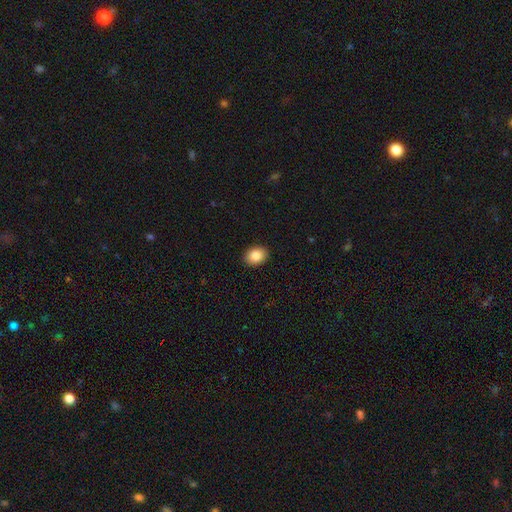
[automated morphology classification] type=smooth (86%); roundness=in between (63%); merging=none (91%).